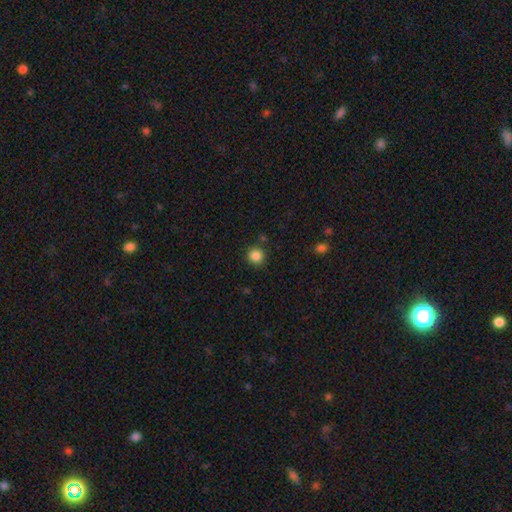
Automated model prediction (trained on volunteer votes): smooth 85%, star or artifact 11%, featured or disk 4%. Down the decision tree: how rounded — round (94%); merging — none (87%).